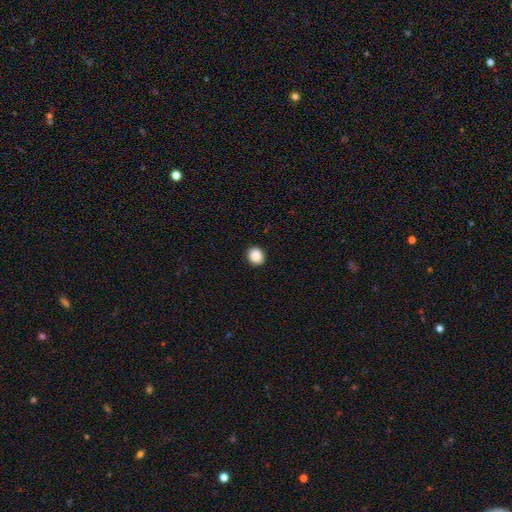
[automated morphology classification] Smooth or featured? smooth (89%)
How rounded? round (75%)
Merging? none (91%)